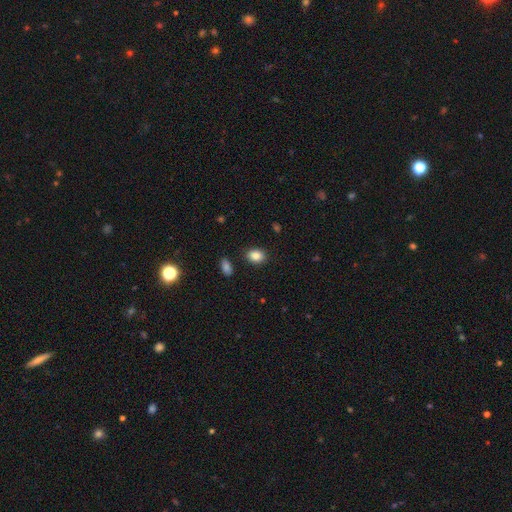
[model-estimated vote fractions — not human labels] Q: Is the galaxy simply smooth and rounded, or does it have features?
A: smooth — 86%.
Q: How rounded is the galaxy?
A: in between — 60%.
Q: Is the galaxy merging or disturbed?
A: none — 86%.